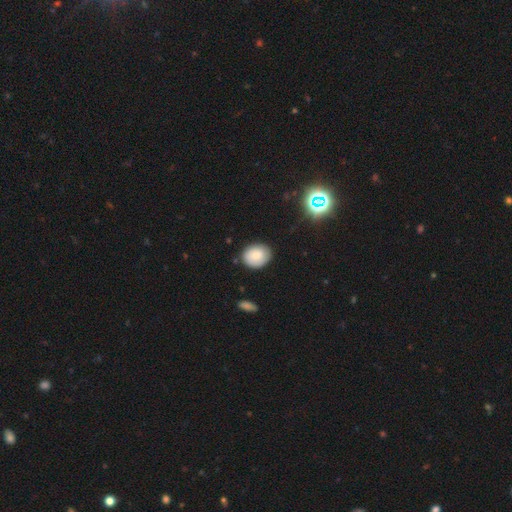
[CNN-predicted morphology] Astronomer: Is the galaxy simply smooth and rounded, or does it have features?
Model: smooth — 80%.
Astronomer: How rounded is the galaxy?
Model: round — 53% (runner-up: in between, 46%).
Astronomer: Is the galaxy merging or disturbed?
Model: none — 83%.